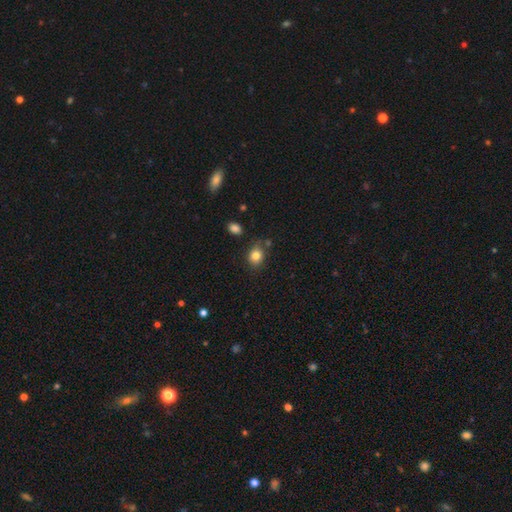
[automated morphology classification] Smooth or featured? smooth (83%)
How rounded? round (60%)
Merging? none (73%)